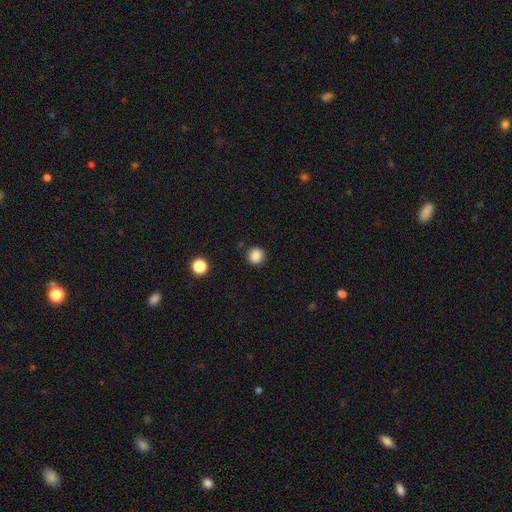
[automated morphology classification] The model was most divided on "smooth or featured": smooth: 87%, star or artifact: 10%, featured or disk: 3%. More confident: how rounded — round (91%); merging — none (88%).